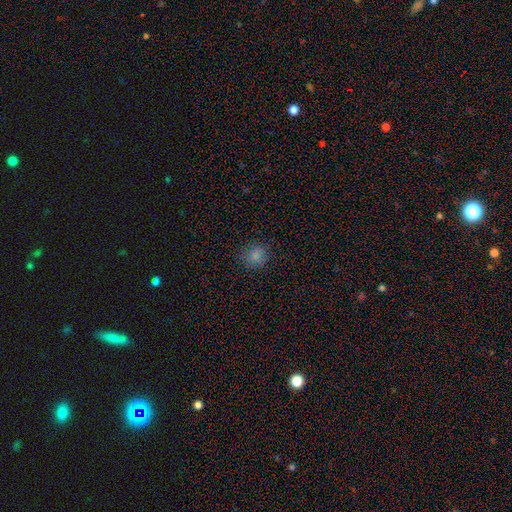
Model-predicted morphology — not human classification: type=smooth (82%); roundness=round (84%); merging=none (85%).